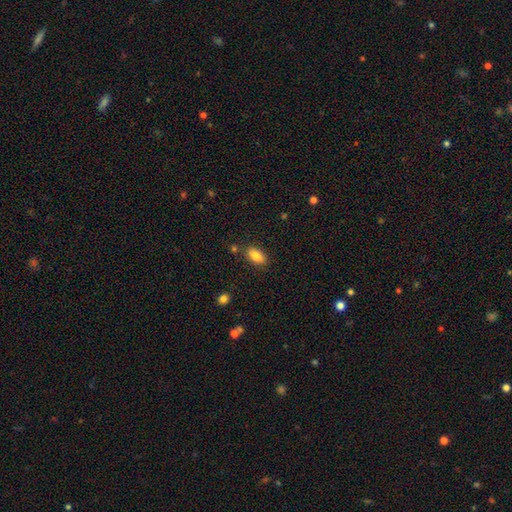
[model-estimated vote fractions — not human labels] Smooth or featured? smooth (85%)
How rounded? in between (89%)
Merging? none (82%)